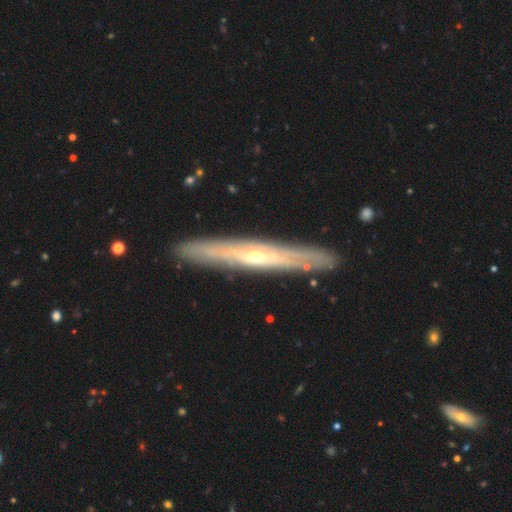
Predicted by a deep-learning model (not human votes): featured or disk 76%, smooth 18%, star or artifact 6%. Down the decision tree: edge-on disk — yes (83%); edge-on bulge — rounded (73%); merging — none (88%).